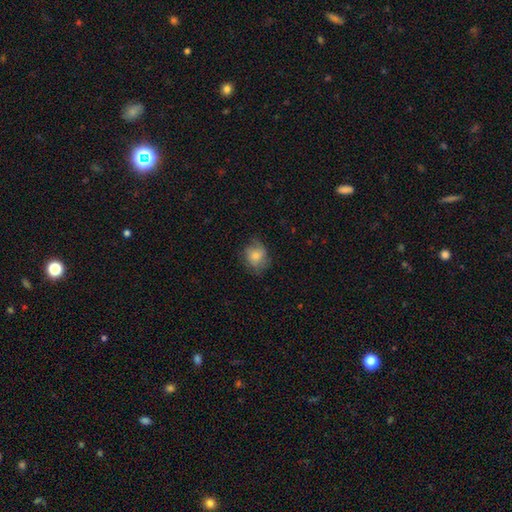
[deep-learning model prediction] A smooth galaxy with no disk features (72%) that is round (62%).

Vote fractions:
- Smooth or featured? smooth: 72% / featured or disk: 19% / star or artifact: 8%
- How rounded? round: 62% / in between: 37% / cigar-shaped: 1%
- Merging? none: 64% / minor disturbance: 25% / major disturbance: 10% / merger: 1%